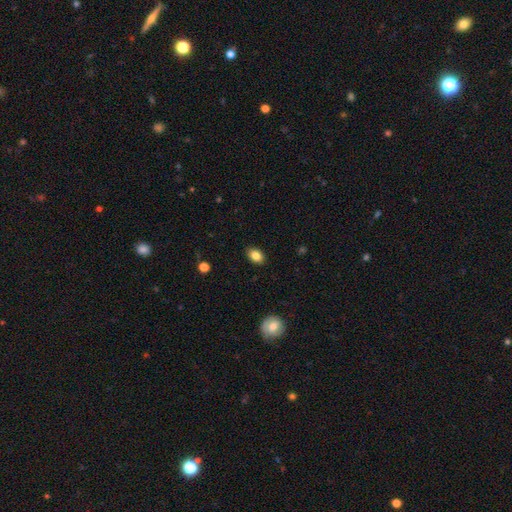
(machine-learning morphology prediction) This appears to be a smooth galaxy with no disk features (84%) that is in between round and cigar-shaped (81%). Merging: none (89%).